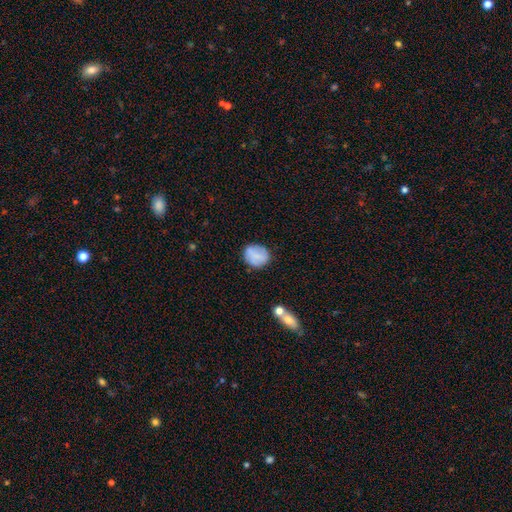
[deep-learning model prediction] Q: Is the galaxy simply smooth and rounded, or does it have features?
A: smooth — 72%.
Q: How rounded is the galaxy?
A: round — 70%.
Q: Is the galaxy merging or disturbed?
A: none — 75%.